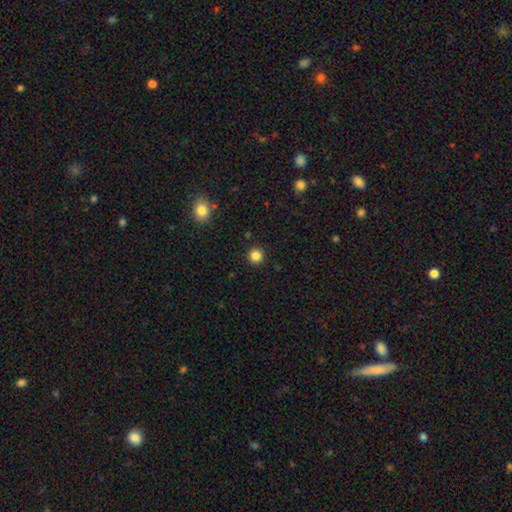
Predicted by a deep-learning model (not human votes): The model was most divided on "smooth or featured": smooth: 84%, star or artifact: 12%, featured or disk: 4%. More confident: how rounded — round (95%); merging — none (92%).